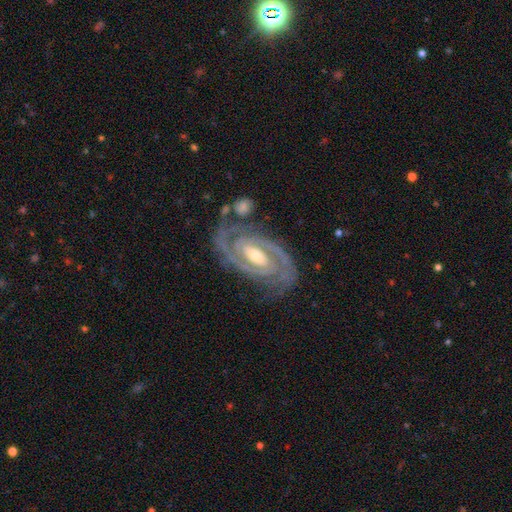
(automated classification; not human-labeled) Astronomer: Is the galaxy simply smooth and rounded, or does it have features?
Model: featured or disk — 93%.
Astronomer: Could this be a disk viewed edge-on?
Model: no — 97%.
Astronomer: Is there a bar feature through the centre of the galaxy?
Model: weak — 38% (runner-up: strong, 32%).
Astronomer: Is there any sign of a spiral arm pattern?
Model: yes — 99%.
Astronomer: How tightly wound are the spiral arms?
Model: tight — 76%.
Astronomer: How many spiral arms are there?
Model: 2 — 87%.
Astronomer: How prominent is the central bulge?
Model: moderate — 53% (runner-up: small, 41%).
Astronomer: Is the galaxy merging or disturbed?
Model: none — 77%.